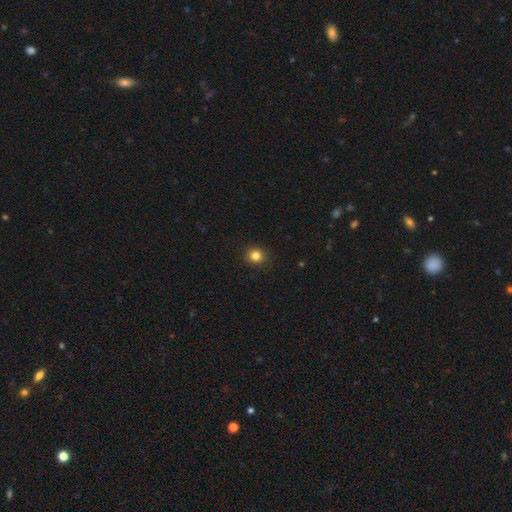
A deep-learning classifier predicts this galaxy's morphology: type=smooth (83%); roundness=round (90%); merging=none (92%).